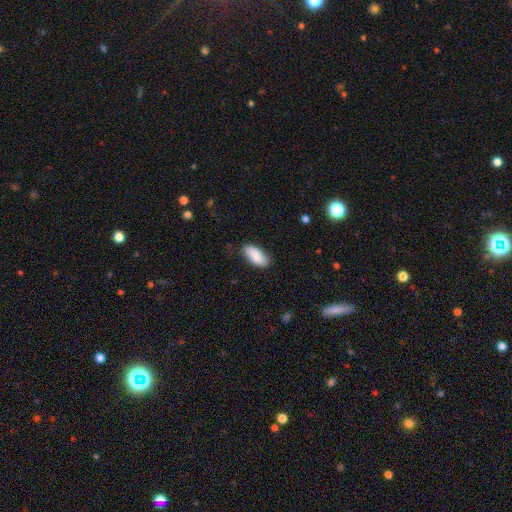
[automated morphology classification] smooth-or-featured: smooth: 85% | featured or disk: 9% | star or artifact: 6%
  how-rounded: in between: 90% | cigar-shaped: 8% | round: 2%
  merging: none: 82% | minor disturbance: 14% | major disturbance: 3% | merger: 1%